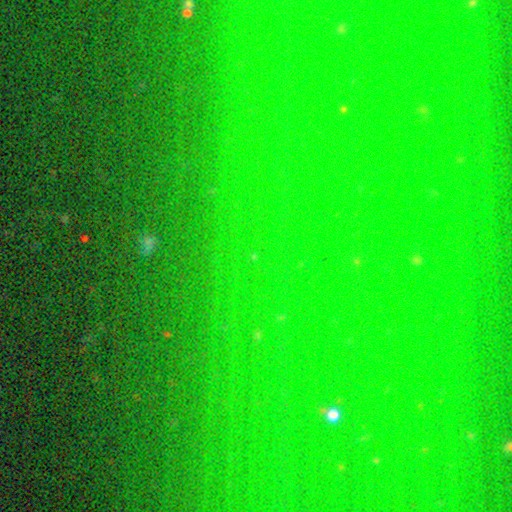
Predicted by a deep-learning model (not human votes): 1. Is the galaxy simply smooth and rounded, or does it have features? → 80% star or artifact, 12% smooth, 8% featured or disk.